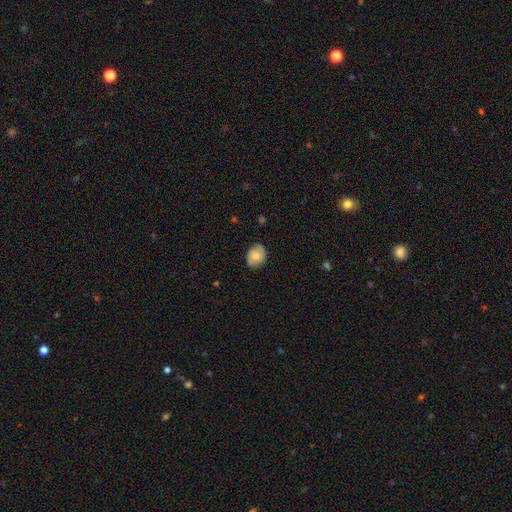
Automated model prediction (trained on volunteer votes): Smooth or featured?
  - smooth: 57% *
  - featured or disk: 35%
  - star or artifact: 8%
How rounded?
  - in between: 56% *
  - round: 43%
  - cigar-shaped: 1%
Merging?
  - none: 77% *
  - minor disturbance: 18%
  - major disturbance: 3%
  - merger: 1%